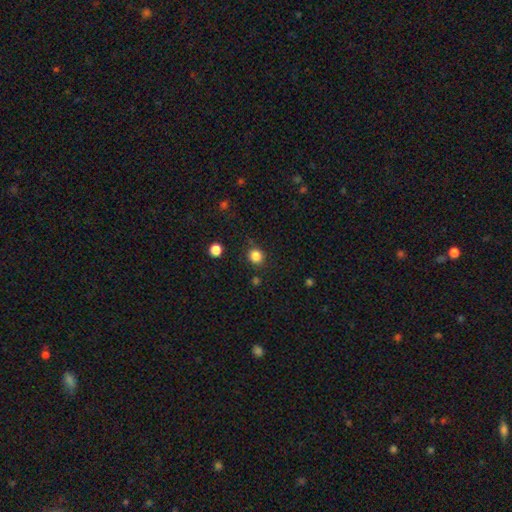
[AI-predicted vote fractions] Smooth or featured?
  - smooth: 84% *
  - star or artifact: 12%
  - featured or disk: 4%
How rounded?
  - round: 88% *
  - in between: 11%
  - cigar-shaped: 1%
Merging?
  - none: 85% *
  - minor disturbance: 9%
  - merger: 3%
  - major disturbance: 3%